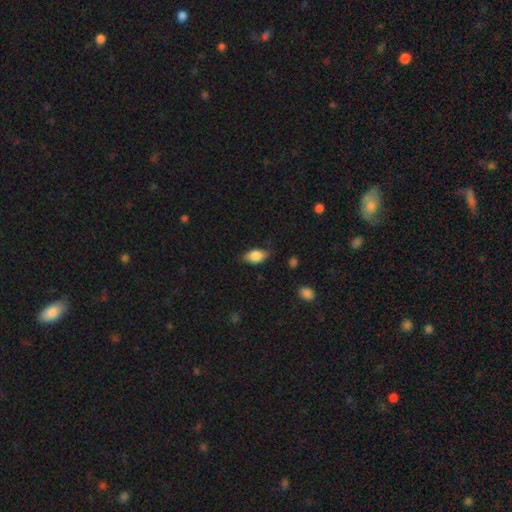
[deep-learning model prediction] Smooth or featured: smooth — 79% (featured or disk — 14%)
How rounded: in between — 87% (round — 7%)
Merging: none — 75% (minor disturbance — 19%)